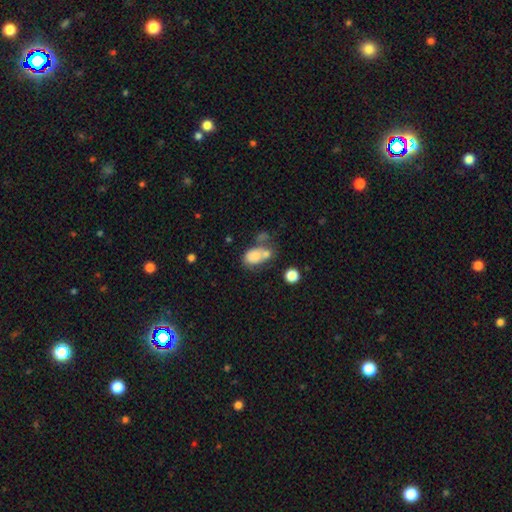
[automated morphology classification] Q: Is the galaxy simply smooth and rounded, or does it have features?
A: smooth — 74%.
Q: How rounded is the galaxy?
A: in between — 75%.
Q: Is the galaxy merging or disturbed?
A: merger — 42%.